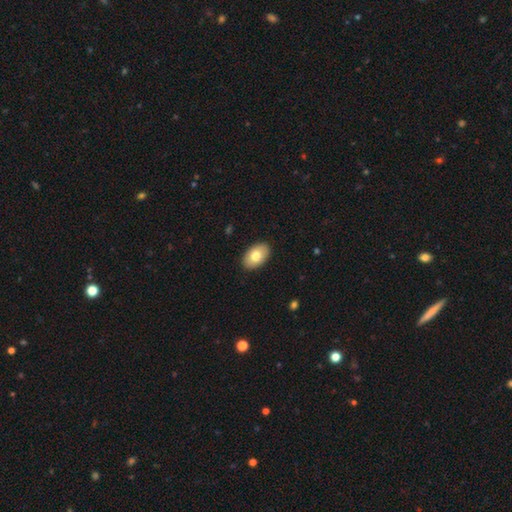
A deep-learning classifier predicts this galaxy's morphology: type=smooth (77%); roundness=in between (92%); merging=none (90%).